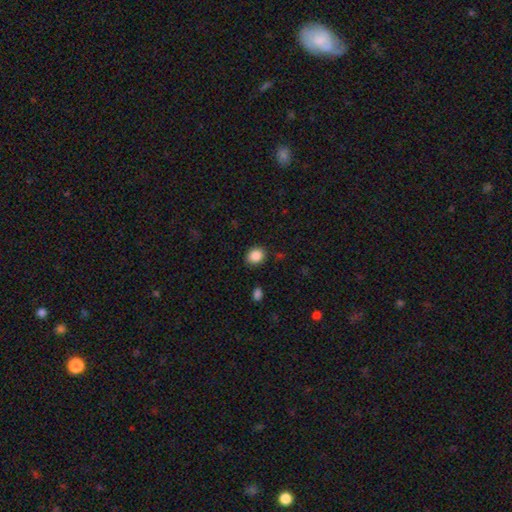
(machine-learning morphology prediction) Smooth or featured?
  - smooth: 88% *
  - star or artifact: 9%
  - featured or disk: 3%
How rounded?
  - round: 60% *
  - in between: 40%
  - cigar-shaped: 1%
Merging?
  - none: 87% *
  - minor disturbance: 9%
  - major disturbance: 3%
  - merger: 2%